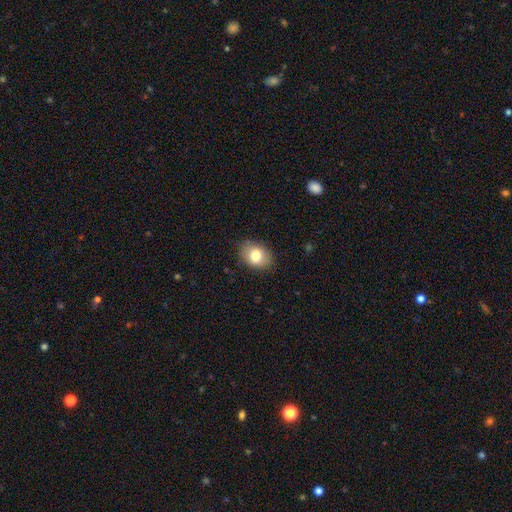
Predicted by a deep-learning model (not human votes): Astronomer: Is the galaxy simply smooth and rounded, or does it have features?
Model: smooth — 79%.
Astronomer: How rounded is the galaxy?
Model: in between — 71%.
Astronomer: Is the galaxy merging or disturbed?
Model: none — 83%.